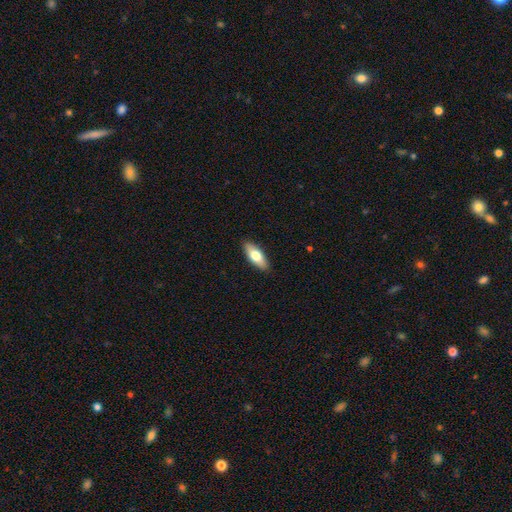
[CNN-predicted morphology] This appears to be a smooth galaxy with no disk features (71%) that is in between round and cigar-shaped (75%). Merging: none (89%).